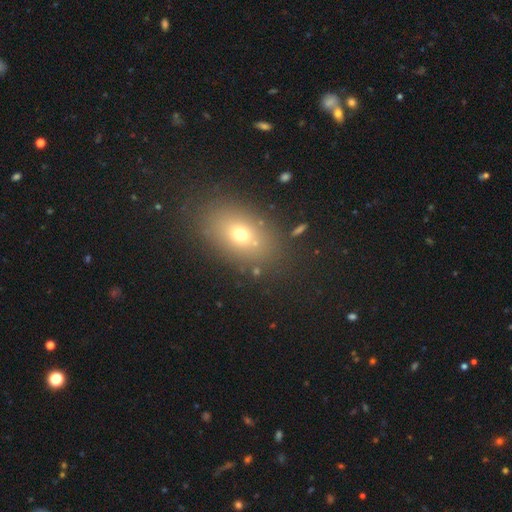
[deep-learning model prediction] The model was most divided on "smooth or featured": smooth: 66%, star or artifact: 17%, featured or disk: 17%. More confident: merging — none (84%); how rounded — in between (78%).